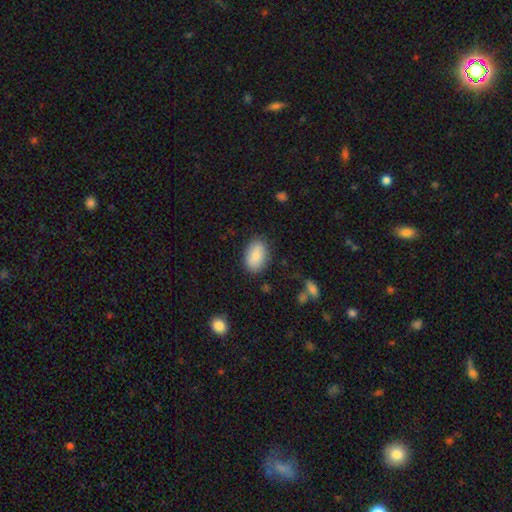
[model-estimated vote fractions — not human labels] Smooth or featured? smooth (83%)
How rounded? in between (89%)
Merging? none (83%)